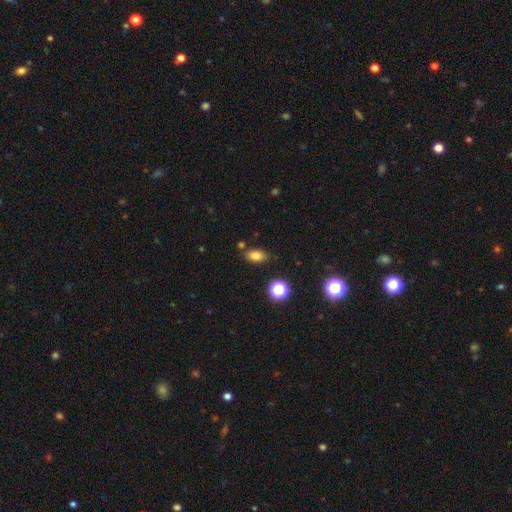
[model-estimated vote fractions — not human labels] This appears to be a smooth galaxy with no disk features (78%) that is in between round and cigar-shaped (84%). Merging: none (79%).